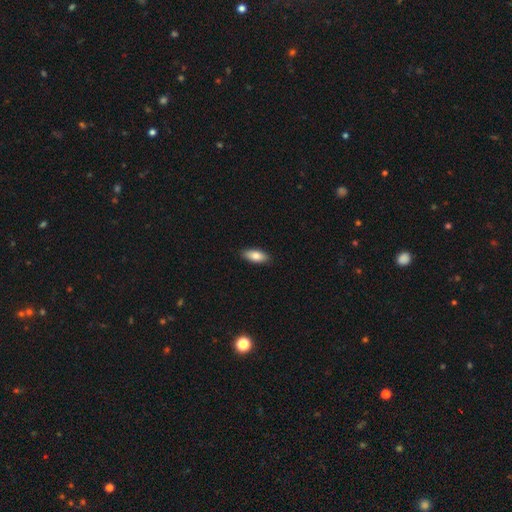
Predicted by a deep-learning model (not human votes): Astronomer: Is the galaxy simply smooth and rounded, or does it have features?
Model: smooth — 81%.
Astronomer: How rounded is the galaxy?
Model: in between — 84%.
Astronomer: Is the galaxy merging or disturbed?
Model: none — 89%.